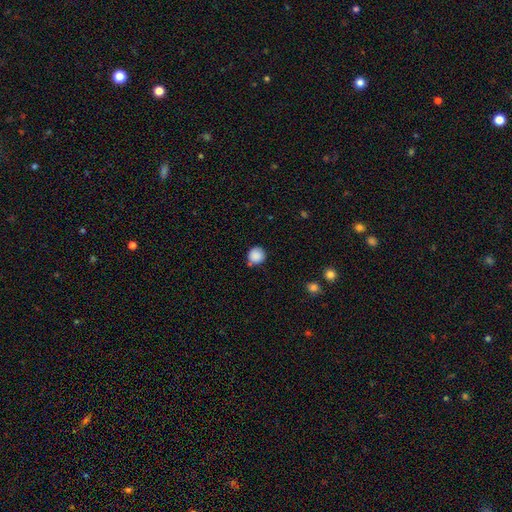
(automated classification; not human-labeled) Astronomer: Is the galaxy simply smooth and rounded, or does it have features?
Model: smooth — 88%.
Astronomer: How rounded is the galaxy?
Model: round — 93%.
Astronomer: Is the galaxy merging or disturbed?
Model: none — 78%.